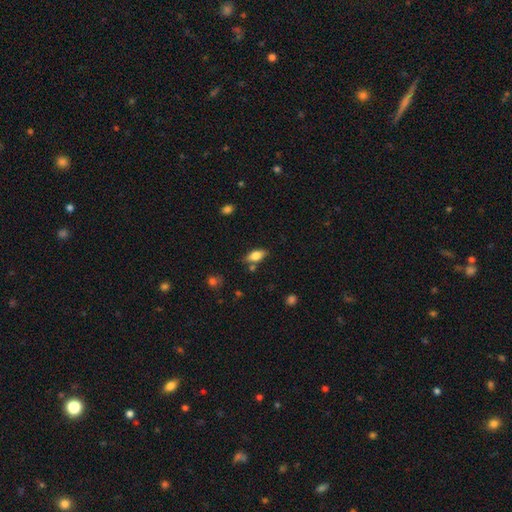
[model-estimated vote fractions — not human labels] Smooth or featured: smooth — 75% (featured or disk — 18%)
How rounded: in between — 85% (cigar-shaped — 12%)
Merging: none — 76% (minor disturbance — 14%)